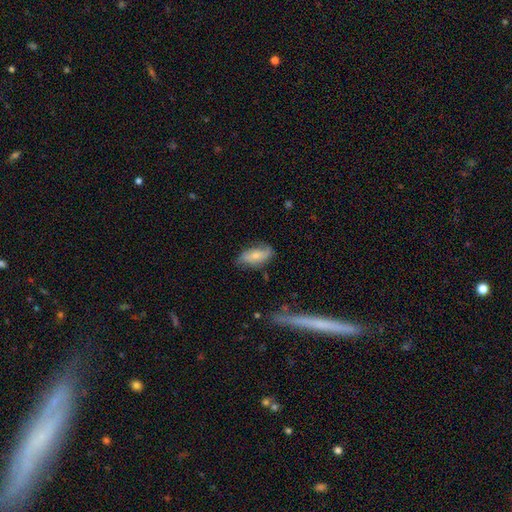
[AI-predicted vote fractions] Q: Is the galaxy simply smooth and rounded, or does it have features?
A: smooth — 57%.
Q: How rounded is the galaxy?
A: in between — 87%.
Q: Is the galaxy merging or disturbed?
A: none — 62%.